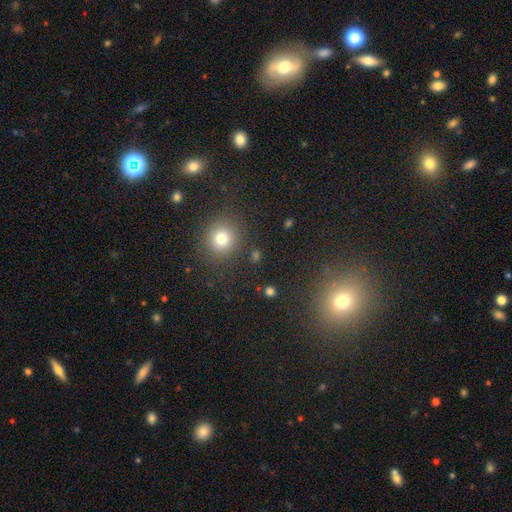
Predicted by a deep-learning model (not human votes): A smooth galaxy with no disk features (68%) that is round (86%).

Vote fractions:
- Smooth or featured? smooth: 68% / star or artifact: 25% / featured or disk: 7%
- How rounded? round: 86% / in between: 12% / cigar-shaped: 1%
- Merging? none: 87% / minor disturbance: 7% / major disturbance: 3% / merger: 3%